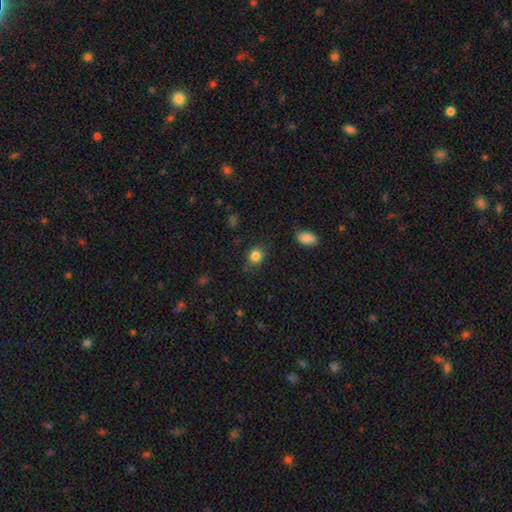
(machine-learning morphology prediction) smooth_or_featured: smooth (p=0.84) [alt: star or artifact p=0.10]
how_rounded: round (p=0.53) [alt: in between p=0.45]
merging: none (p=0.78) [alt: minor disturbance p=0.17]